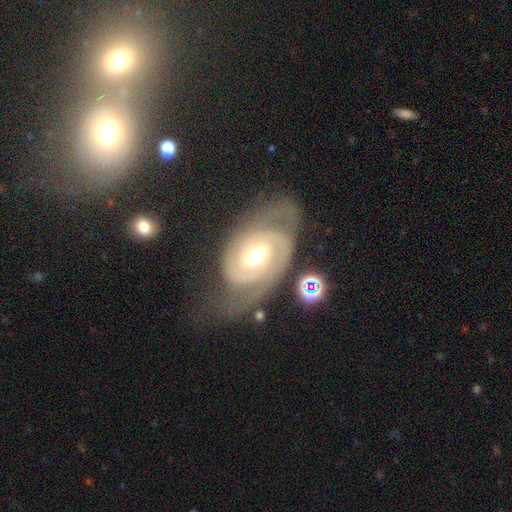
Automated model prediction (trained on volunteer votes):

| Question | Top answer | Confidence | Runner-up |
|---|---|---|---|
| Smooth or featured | featured or disk | 86% | smooth (9%) |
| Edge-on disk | no | 96% | yes (4%) |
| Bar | no | 47% | weak (39%) |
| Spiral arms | yes | 95% | no (5%) |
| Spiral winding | tight | 51% | medium (37%) |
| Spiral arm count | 2 | 77% | can't tell (10%) |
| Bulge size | moderate | 72% | small (15%) |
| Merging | none | 56% | minor disturbance (22%) |